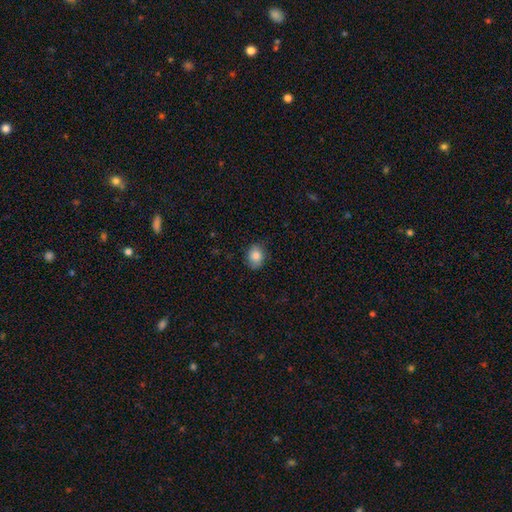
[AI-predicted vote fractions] Overall: smooth (83%). How rounded: in between (51%; round 48%). Merging: none (80%).